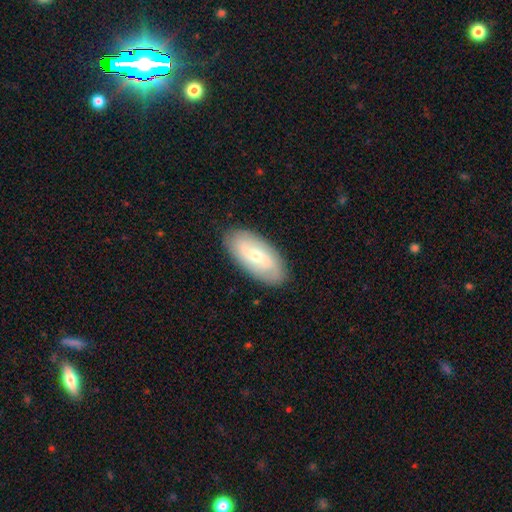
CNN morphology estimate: Smooth or featured?
  - featured or disk: 56% *
  - smooth: 38%
  - star or artifact: 6%
Edge-on disk?
  - no: 90% *
  - yes: 10%
Merging?
  - none: 87% *
  - minor disturbance: 9%
  - major disturbance: 2%
  - merger: 1%